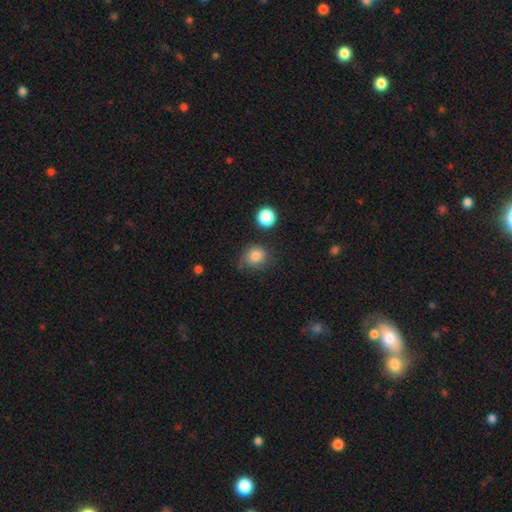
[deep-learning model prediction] A smooth galaxy with no disk features (83%) that is round (72%).

Vote fractions:
- Smooth or featured? smooth: 83% / star or artifact: 11% / featured or disk: 6%
- How rounded? round: 72% / in between: 27% / cigar-shaped: 1%
- Merging? none: 63% / minor disturbance: 25% / major disturbance: 8% / merger: 4%